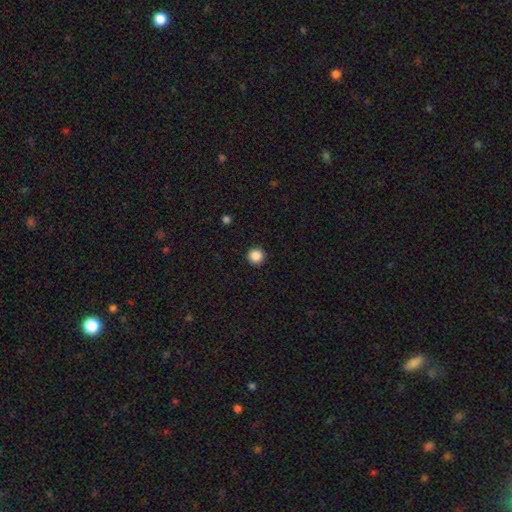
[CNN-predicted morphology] The model was most divided on "smooth or featured": smooth: 87%, star or artifact: 10%, featured or disk: 3%. More confident: how rounded — round (96%); merging — none (93%).